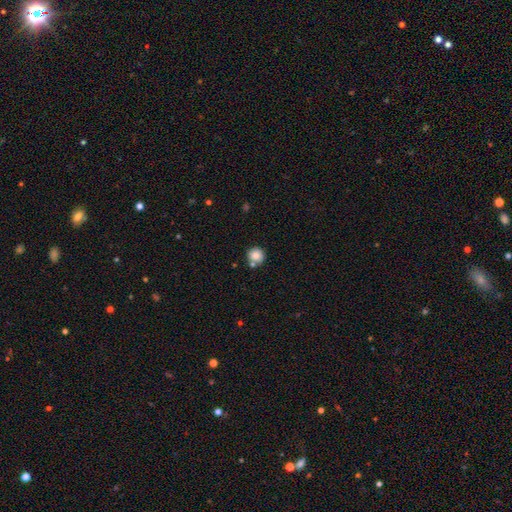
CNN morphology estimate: Smooth or featured: smooth — 84% (star or artifact — 9%)
How rounded: round — 92% (in between — 7%)
Merging: none — 71% (merger — 14%)